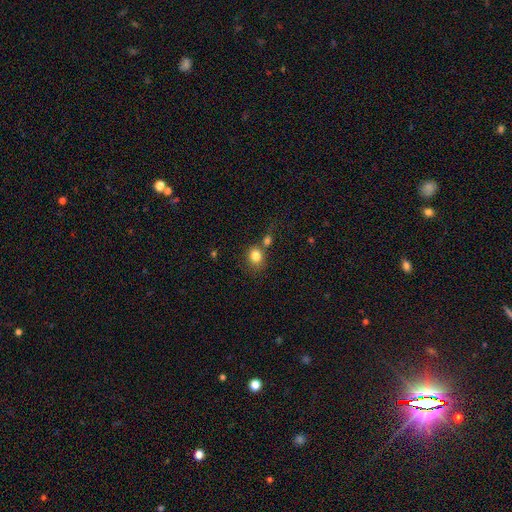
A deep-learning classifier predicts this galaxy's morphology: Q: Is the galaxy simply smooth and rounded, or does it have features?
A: smooth — 82%.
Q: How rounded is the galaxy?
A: round — 68%.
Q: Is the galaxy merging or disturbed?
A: none — 54%.